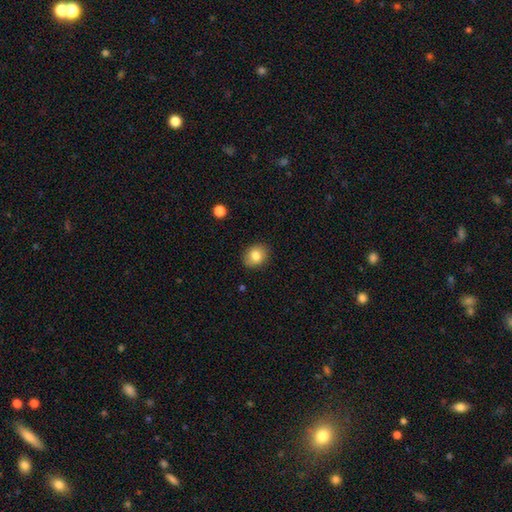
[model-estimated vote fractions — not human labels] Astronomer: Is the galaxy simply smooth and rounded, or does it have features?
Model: smooth — 82%.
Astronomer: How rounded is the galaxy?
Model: round — 54% (runner-up: in between, 45%).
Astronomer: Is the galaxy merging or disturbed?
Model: none — 88%.